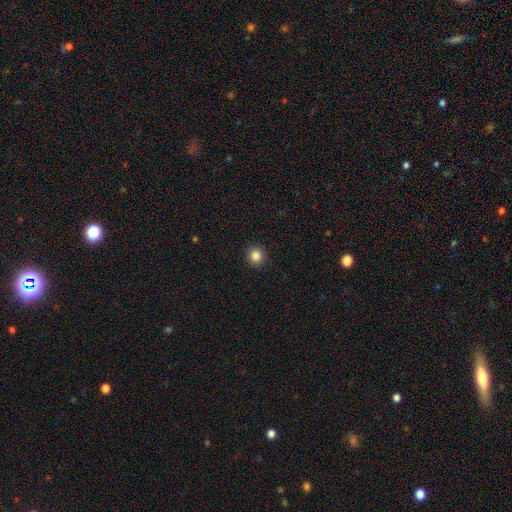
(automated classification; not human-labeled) smooth 85%, star or artifact 11%, featured or disk 5%. Down the decision tree: how rounded — round (92%); merging — none (93%).